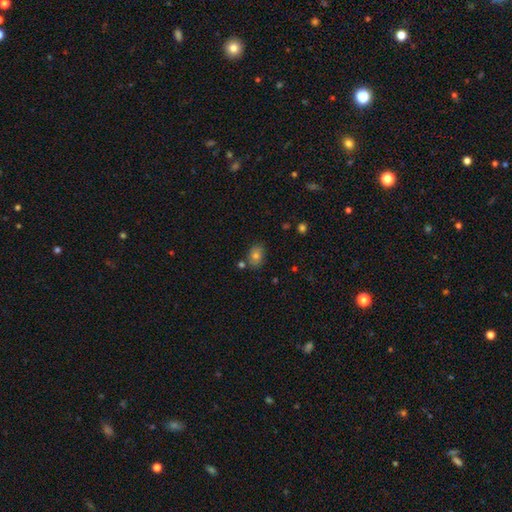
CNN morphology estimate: This is likely a smooth galaxy (77%). How rounded: likely in between (73%). Merging: likely none (75%).